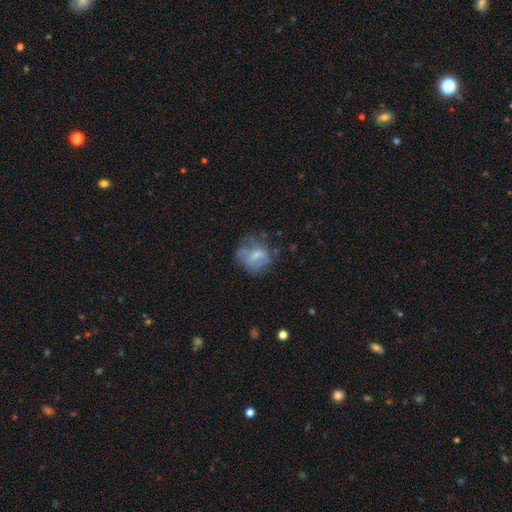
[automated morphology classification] type=featured or disk (51%); edge-on=no (97%); merging=none (51%).